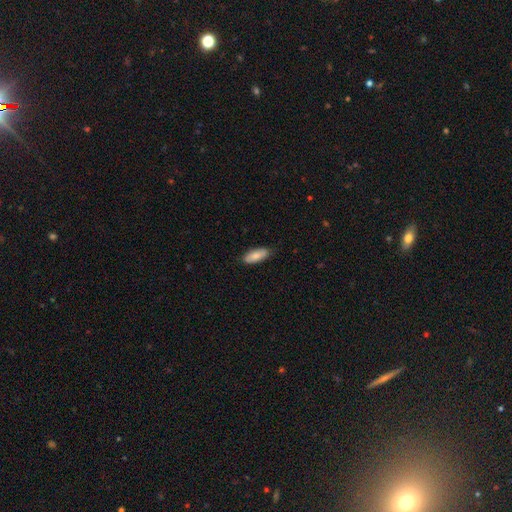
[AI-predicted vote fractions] A smooth galaxy with no disk features (83%) that is in between round and cigar-shaped (81%).

Vote fractions:
- Smooth or featured? smooth: 83% / featured or disk: 11% / star or artifact: 6%
- How rounded? in between: 81% / cigar-shaped: 17% / round: 2%
- Merging? none: 84% / minor disturbance: 12% / major disturbance: 2% / merger: 1%